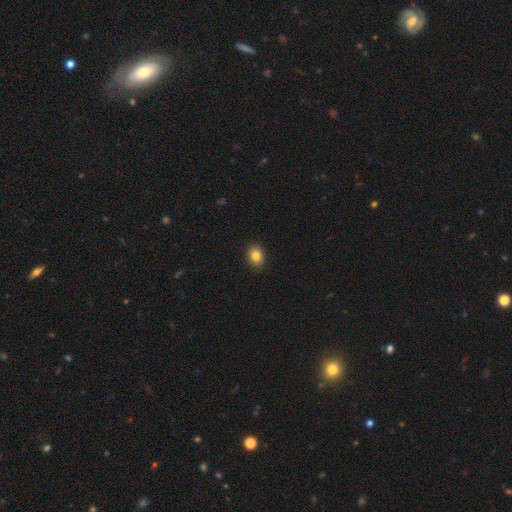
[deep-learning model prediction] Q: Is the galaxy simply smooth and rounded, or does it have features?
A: smooth — 84%.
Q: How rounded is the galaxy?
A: in between — 61%.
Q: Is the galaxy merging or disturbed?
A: none — 91%.